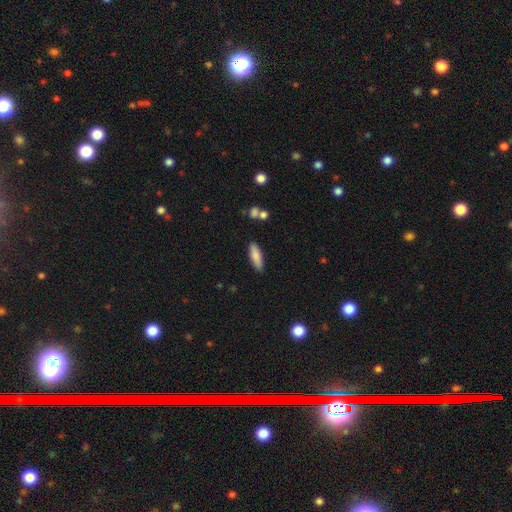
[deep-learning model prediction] Smooth or featured? Predicted: smooth (p=0.82). How rounded? Predicted: cigar-shaped (p=0.54). Merging? Predicted: none (p=0.85).